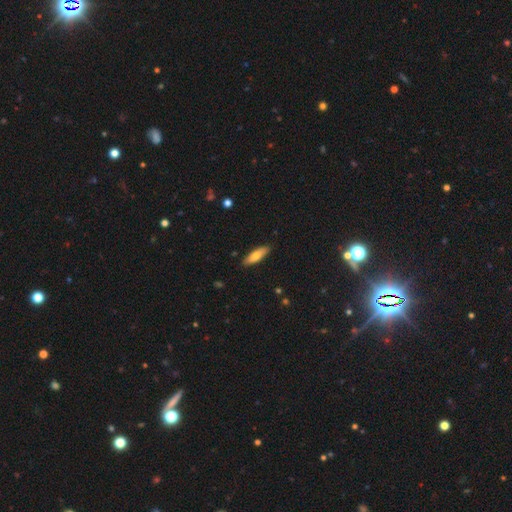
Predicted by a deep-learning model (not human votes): Smooth or featured: smooth — 72% (featured or disk — 22%)
How rounded: cigar-shaped — 53% (in between — 45%)
Merging: none — 88% (minor disturbance — 9%)